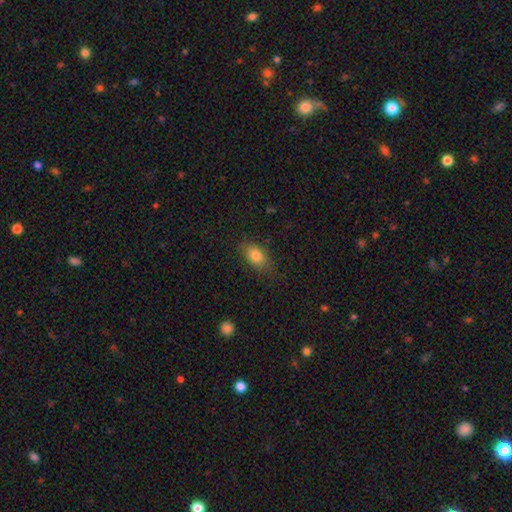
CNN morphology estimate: Smooth or featured?
  - smooth: 81% *
  - star or artifact: 10%
  - featured or disk: 9%
How rounded?
  - in between: 75% *
  - round: 22%
  - cigar-shaped: 3%
Merging?
  - none: 73% *
  - minor disturbance: 20%
  - major disturbance: 5%
  - merger: 1%